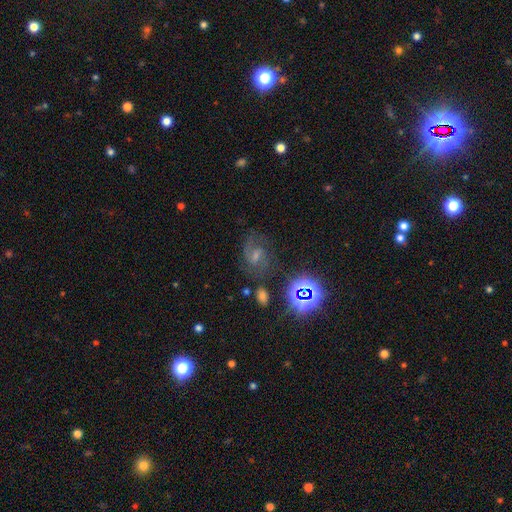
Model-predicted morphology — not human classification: type=featured or disk (56%); edge-on=no (96%); bar=weak (50%); spiral arms=yes (92%); bulge=small (45%); merging=none (70%).